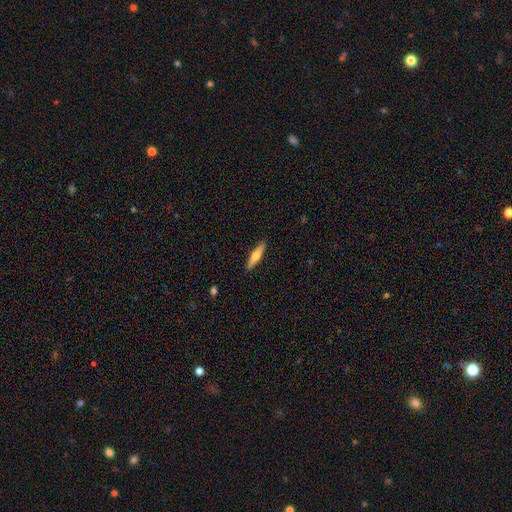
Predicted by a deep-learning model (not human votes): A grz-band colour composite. It shows a featured or disk galaxy (48%). Merging: none (90%).